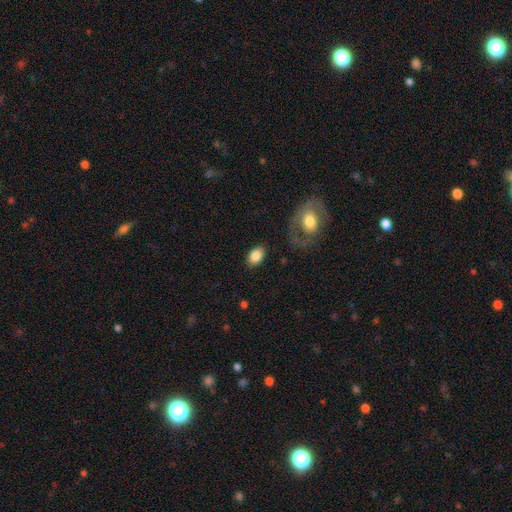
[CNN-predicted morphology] The model was most divided on "how rounded": in between: 84%, round: 15%, cigar-shaped: 1%. More confident: smooth or featured — smooth (84%); merging — none (83%).